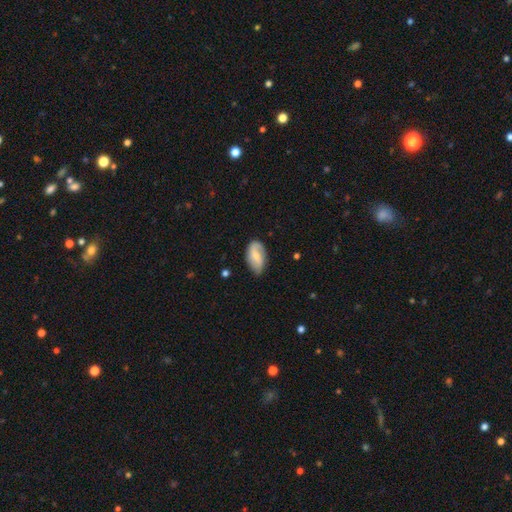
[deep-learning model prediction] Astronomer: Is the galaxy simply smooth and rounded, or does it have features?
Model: smooth — 48% (runner-up: featured or disk, 46%).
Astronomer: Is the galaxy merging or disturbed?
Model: none — 64%.